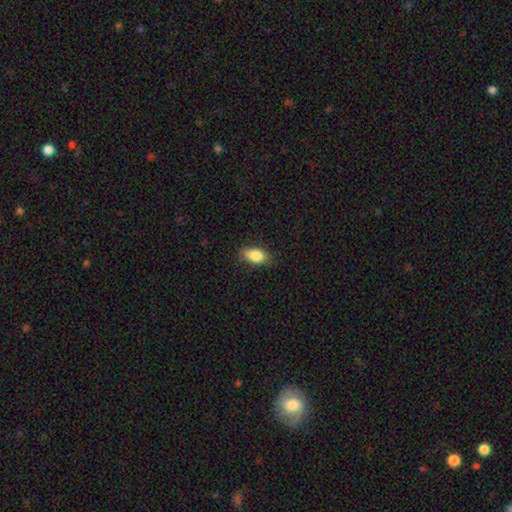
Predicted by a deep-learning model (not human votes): Smooth or featured? Predicted: smooth (p=0.83). How rounded? Predicted: in between (p=0.84). Merging? Predicted: none (p=0.75).